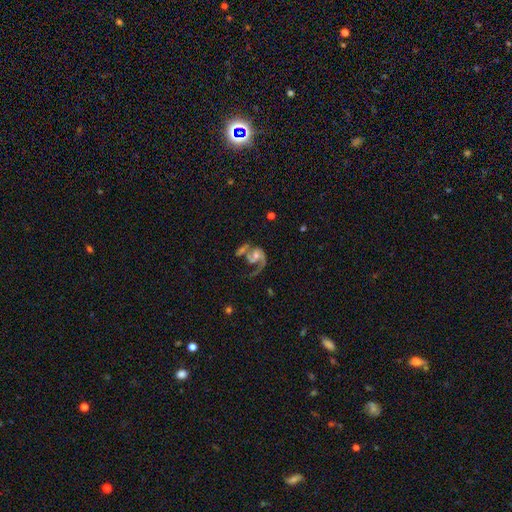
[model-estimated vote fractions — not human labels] featured or disk 81%, smooth 12%, star or artifact 7%. Down the decision tree: edge-on disk — no (98%); bar — no (65%); spiral arms — yes (91%); spiral arm count — 1 (47%); spiral winding — loose (44%); bulge size — moderate (55%); merging — merger (32%).